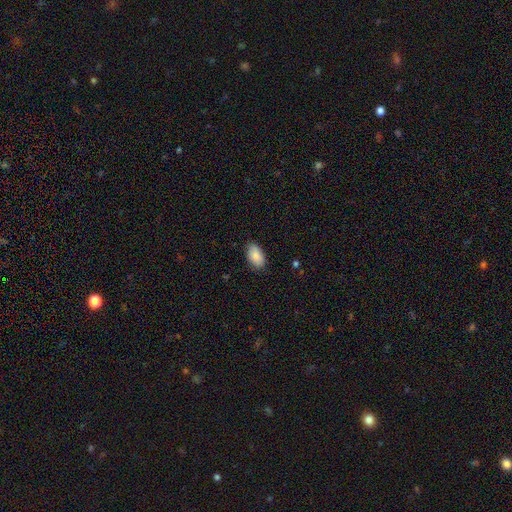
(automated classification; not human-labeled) Smooth or featured: smooth — 87% (star or artifact — 7%)
How rounded: in between — 94% (round — 5%)
Merging: none — 83% (minor disturbance — 13%)